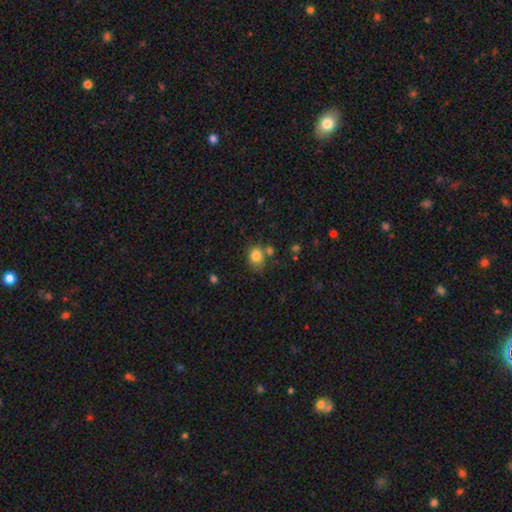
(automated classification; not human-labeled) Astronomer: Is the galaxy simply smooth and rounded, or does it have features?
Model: smooth — 82%.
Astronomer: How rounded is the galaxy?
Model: round — 51% (runner-up: in between, 48%).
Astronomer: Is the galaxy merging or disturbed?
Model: none — 59%.